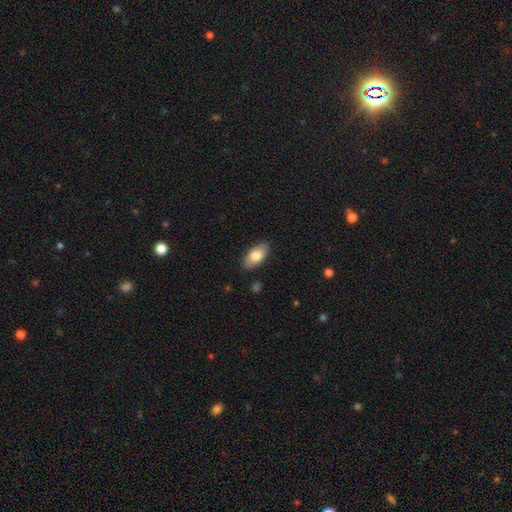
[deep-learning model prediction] Smooth or featured? smooth (77%)
How rounded? in between (92%)
Merging? none (87%)